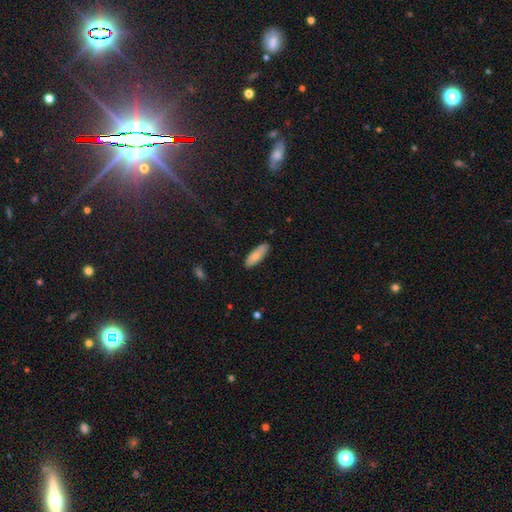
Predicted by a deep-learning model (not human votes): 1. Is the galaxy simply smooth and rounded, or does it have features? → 83% smooth, 11% featured or disk, 6% star or artifact.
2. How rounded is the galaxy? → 59% in between, 40% cigar-shaped, 2% round.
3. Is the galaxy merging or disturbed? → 86% none, 11% minor disturbance, 2% major disturbance, 1% merger.